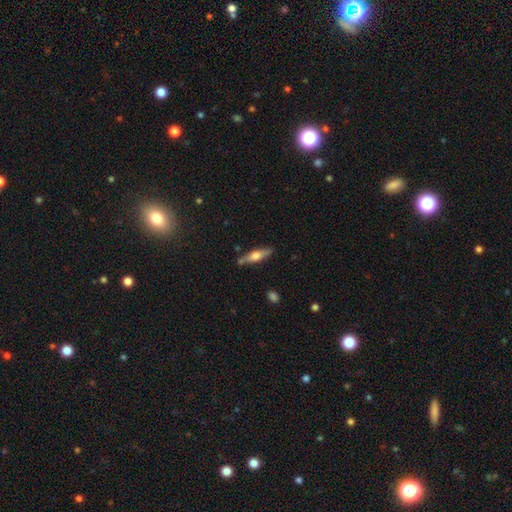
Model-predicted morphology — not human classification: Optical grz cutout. It shows a featured or disk galaxy (48%). Merging: none (80%).